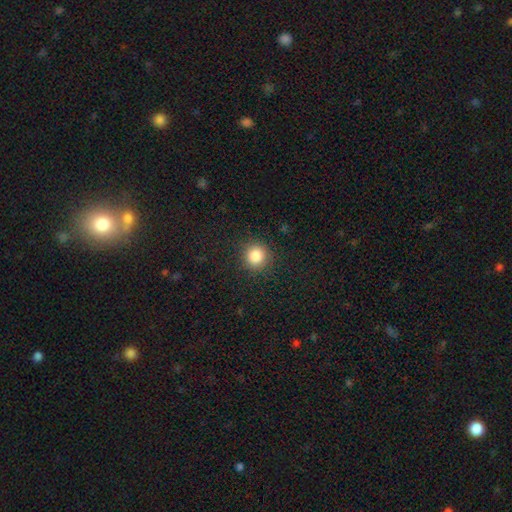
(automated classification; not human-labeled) A smooth galaxy with no disk features (84%) that is round (93%). Merging: none (90%).